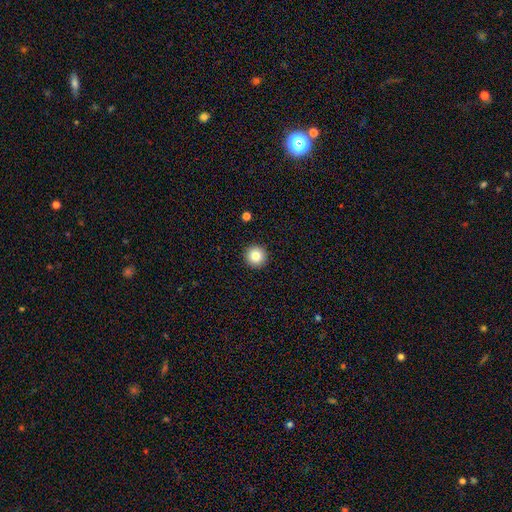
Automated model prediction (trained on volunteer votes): This is clearly a smooth galaxy (83%). How rounded: clearly round (96%). Merging: clearly none (93%).